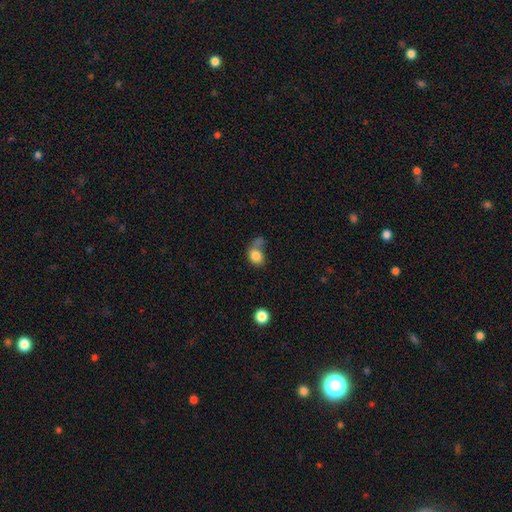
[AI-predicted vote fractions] Overall: smooth (81%). How rounded: round (52%; in between 47%). Merging: none (34%; merger 29%).